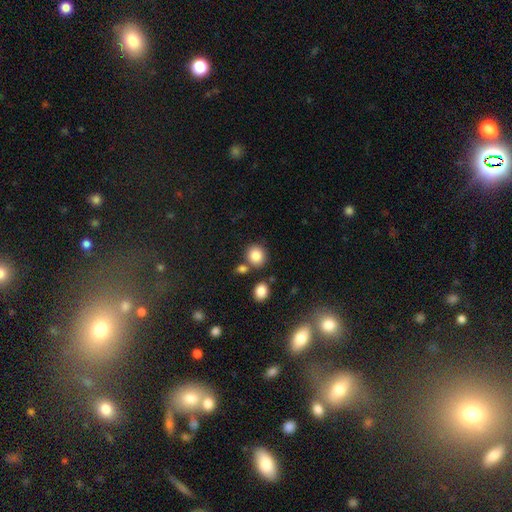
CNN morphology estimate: The model was most divided on "merging": none: 73%, merger: 14%, minor disturbance: 10%, major disturbance: 3%. More confident: smooth or featured — smooth (85%); how rounded — round (81%).